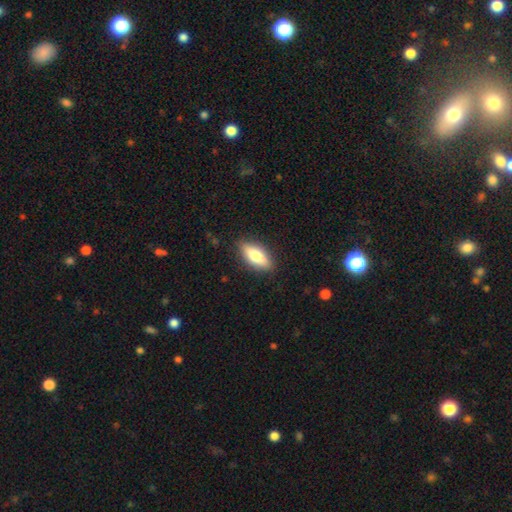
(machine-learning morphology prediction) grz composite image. It shows a smooth galaxy with no disk features (74%) that is in between round and cigar-shaped (76%). Merging: none (86%).